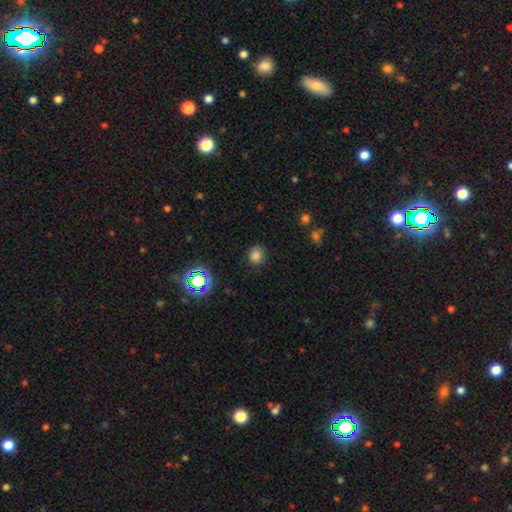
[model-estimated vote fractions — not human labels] A smooth galaxy with no disk features (78%) that is round (73%).

Vote fractions:
- Smooth or featured? smooth: 78% / star or artifact: 17% / featured or disk: 5%
- How rounded? round: 73% / in between: 26% / cigar-shaped: 1%
- Merging? none: 83% / minor disturbance: 13% / major disturbance: 3% / merger: 1%